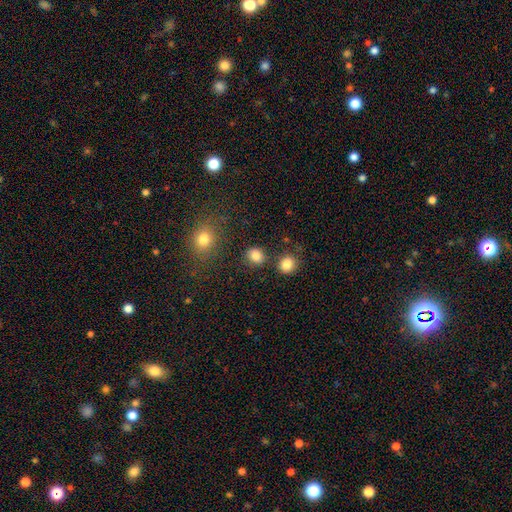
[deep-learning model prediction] smooth_or_featured: smooth (p=0.84) [alt: star or artifact p=0.11]
how_rounded: round (p=0.80) [alt: in between p=0.19]
merging: none (p=0.81) [alt: minor disturbance p=0.08]